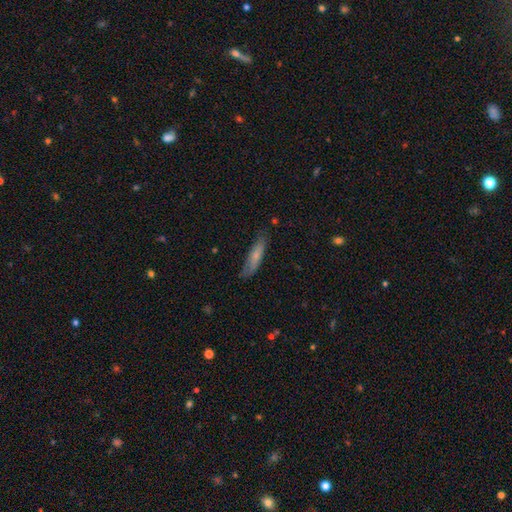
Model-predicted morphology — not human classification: Smooth or featured? Predicted: smooth (p=0.67). How rounded? Predicted: cigar-shaped (p=0.75). Merging? Predicted: none (p=0.73).